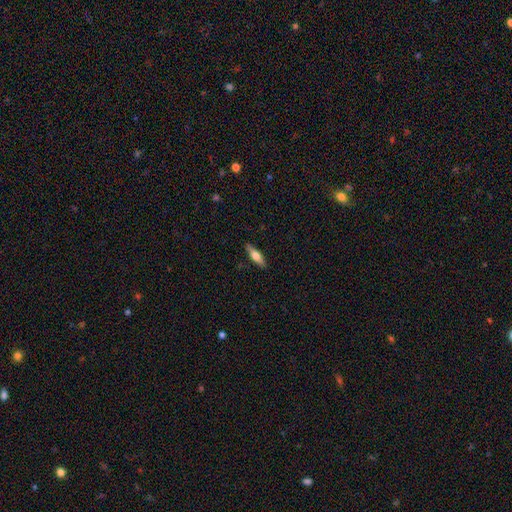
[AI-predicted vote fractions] Q: Smooth or featured?
A: smooth (50%); runner-up: featured or disk (44%)
Q: How rounded?
A: cigar-shaped (62%); runner-up: in between (35%)
Q: Merging?
A: none (89%); runner-up: minor disturbance (8%)